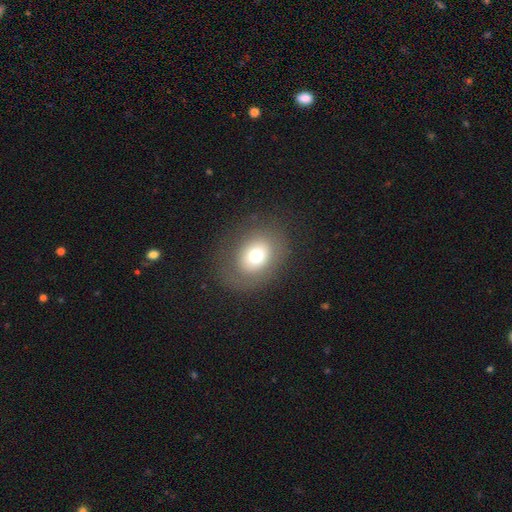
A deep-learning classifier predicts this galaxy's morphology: Smooth or featured: smooth — 68% (featured or disk — 20%)
How rounded: in between — 50% (round — 49%)
Merging: none — 79% (minor disturbance — 12%)